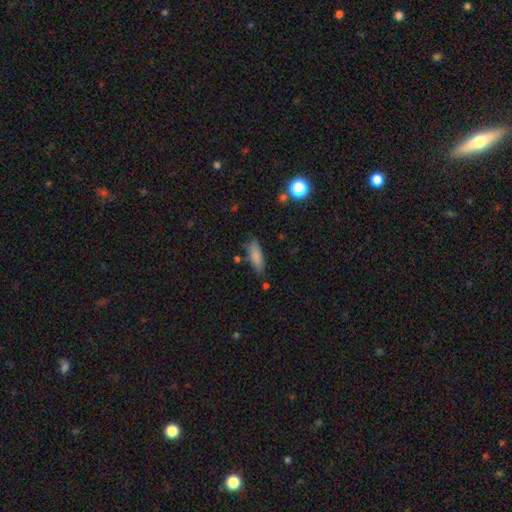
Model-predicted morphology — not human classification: Smooth or featured?
  - smooth: 83% *
  - featured or disk: 9%
  - star or artifact: 8%
How rounded?
  - in between: 60% *
  - cigar-shaped: 38%
  - round: 2%
Merging?
  - none: 73% *
  - minor disturbance: 18%
  - merger: 5%
  - major disturbance: 4%